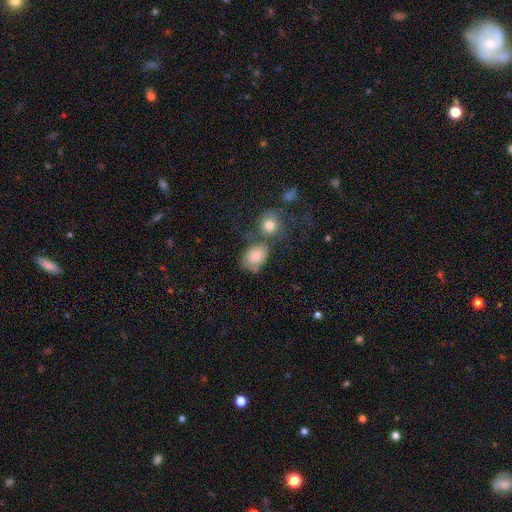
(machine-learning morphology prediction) Smooth or featured?
  - smooth: 75% *
  - featured or disk: 15%
  - star or artifact: 10%
How rounded?
  - in between: 68% *
  - round: 31%
  - cigar-shaped: 1%
Merging?
  - none: 43% *
  - merger: 30%
  - minor disturbance: 18%
  - major disturbance: 9%